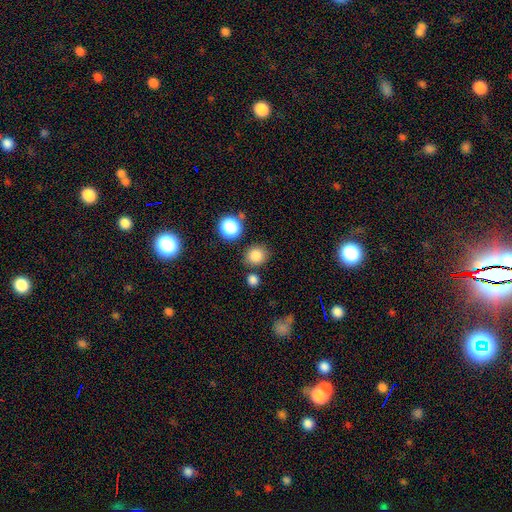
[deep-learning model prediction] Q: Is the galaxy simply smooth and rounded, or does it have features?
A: smooth — 83%.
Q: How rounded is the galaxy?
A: round — 74%.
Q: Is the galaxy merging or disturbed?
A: none — 79%.